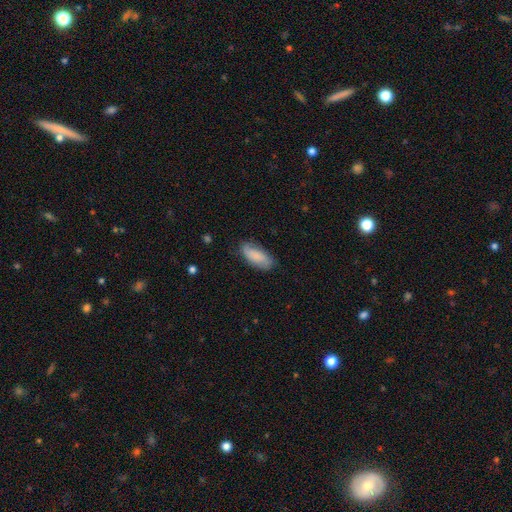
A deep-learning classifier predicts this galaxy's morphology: This appears to be a smooth galaxy with no disk features (73%) that is in between round and cigar-shaped (84%). Merging: none (72%).